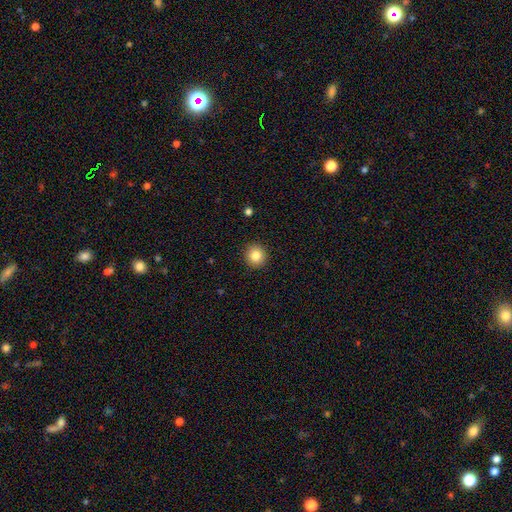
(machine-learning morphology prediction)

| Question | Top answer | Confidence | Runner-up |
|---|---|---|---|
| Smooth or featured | smooth | 83% | star or artifact (9%) |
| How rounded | round | 93% | in between (6%) |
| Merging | none | 92% | minor disturbance (5%) |